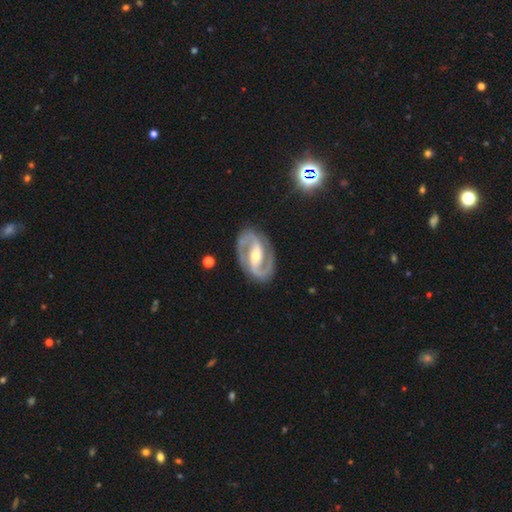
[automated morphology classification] Smooth or featured?
  - featured or disk: 92% *
  - smooth: 5%
  - star or artifact: 4%
Edge-on disk?
  - no: 97% *
  - yes: 3%
Bar?
  - strong: 55% *
  - weak: 30%
  - no: 16%
Spiral arms?
  - yes: 97% *
  - no: 3%
Spiral winding?
  - medium: 54% *
  - tight: 31%
  - loose: 15%
Spiral arm count?
  - 2: 94% *
  - can't tell: 2%
  - 1: 1%
  - 3: 1%
  - 4: 1%
  - more than 4: 1%
Bulge size?
  - moderate: 62% *
  - small: 33%
  - large: 4%
  - none: 1%
  - dominant: 1%
Merging?
  - none: 86% *
  - minor disturbance: 10%
  - major disturbance: 3%
  - merger: 1%